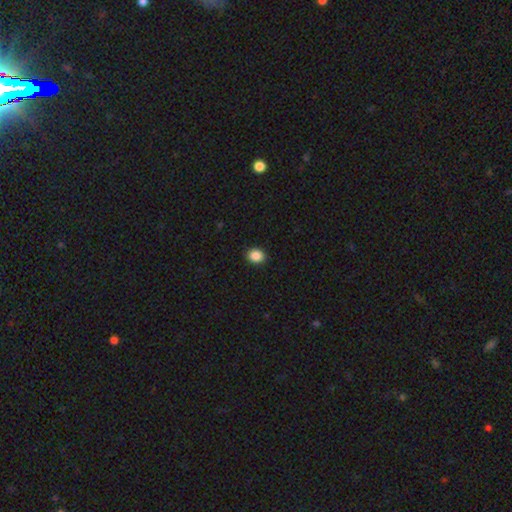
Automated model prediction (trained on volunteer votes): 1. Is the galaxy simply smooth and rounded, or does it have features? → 88% smooth, 9% star or artifact, 3% featured or disk.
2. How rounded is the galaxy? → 60% round, 40% in between, 1% cigar-shaped.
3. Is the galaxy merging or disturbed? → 92% none, 6% minor disturbance, 2% major disturbance, 1% merger.